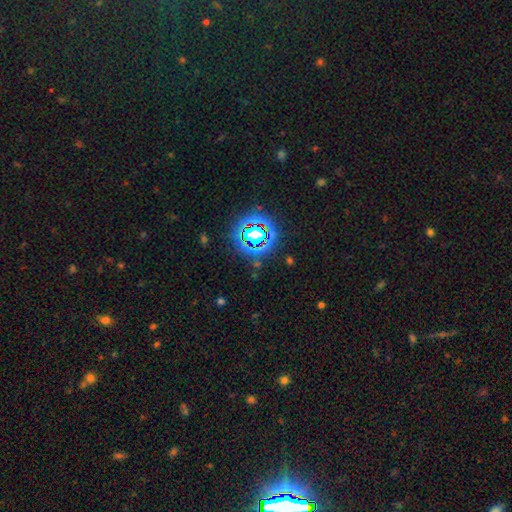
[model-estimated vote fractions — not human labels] Smooth or featured?
  - star or artifact: 79% *
  - smooth: 13%
  - featured or disk: 8%